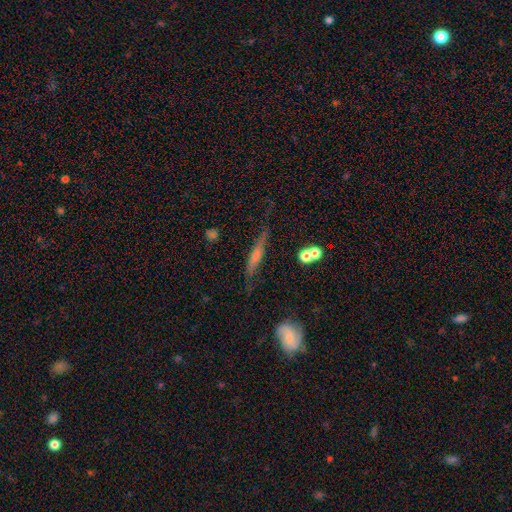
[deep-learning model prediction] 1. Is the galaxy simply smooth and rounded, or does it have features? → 61% featured or disk, 29% smooth, 10% star or artifact.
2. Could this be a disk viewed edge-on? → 86% yes, 14% no.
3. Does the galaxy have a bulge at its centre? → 63% rounded, 25% none, 12% boxy.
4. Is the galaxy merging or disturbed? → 71% none, 19% minor disturbance, 6% major disturbance, 3% merger.